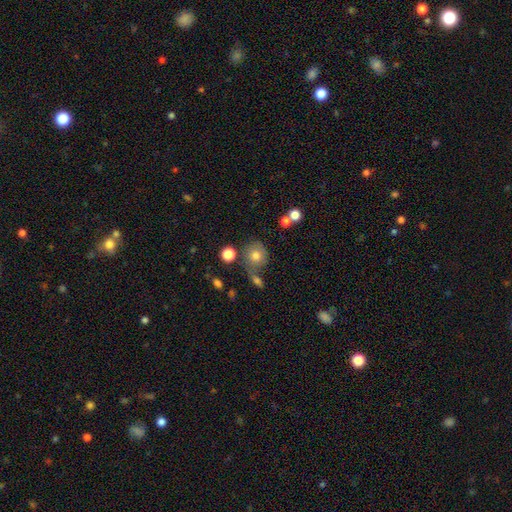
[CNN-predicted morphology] A smooth galaxy with no disk features (74%) that is round (80%).

Vote fractions:
- Smooth or featured? smooth: 74% / featured or disk: 15% / star or artifact: 11%
- How rounded? round: 80% / in between: 19% / cigar-shaped: 1%
- Merging? none: 61% / minor disturbance: 16% / merger: 16% / major disturbance: 7%